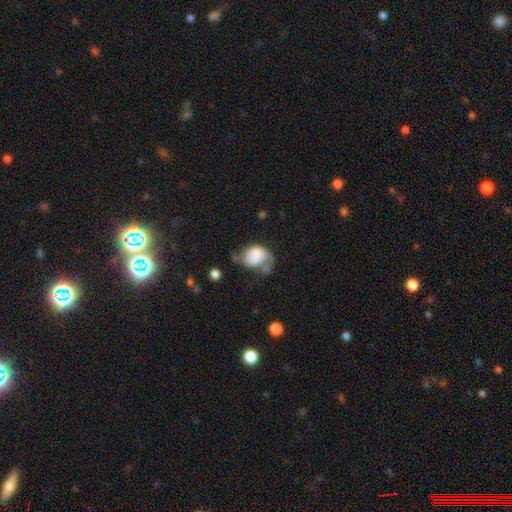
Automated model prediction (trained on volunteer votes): Smooth or featured?
  - smooth: 60% *
  - featured or disk: 32%
  - star or artifact: 8%
How rounded?
  - in between: 61% *
  - round: 38%
  - cigar-shaped: 1%
Merging?
  - major disturbance: 31% * (tied)
  - minor disturbance: 31% * (tied)
  - none: 25%
  - merger: 12%